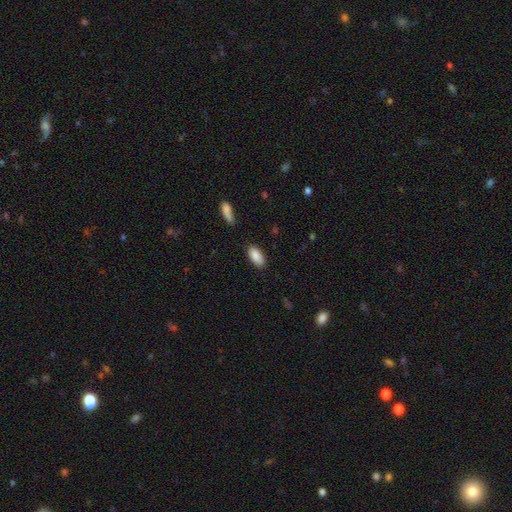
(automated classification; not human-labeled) Smooth or featured?
  - smooth: 89% *
  - star or artifact: 6%
  - featured or disk: 5%
How rounded?
  - in between: 90% *
  - cigar-shaped: 8%
  - round: 2%
Merging?
  - none: 85% *
  - minor disturbance: 10%
  - major disturbance: 2%
  - merger: 2%